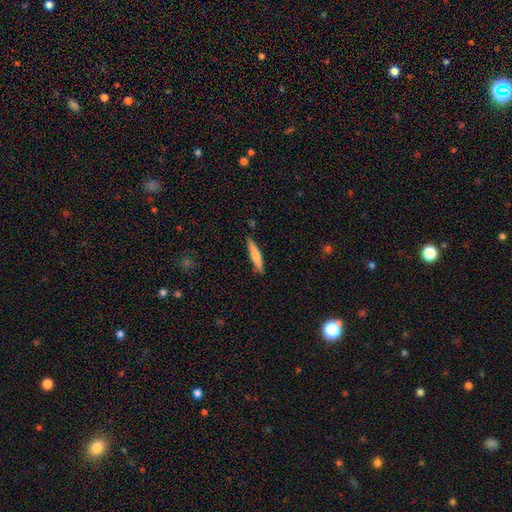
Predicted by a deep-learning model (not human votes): smooth-or-featured: smooth: 67% | featured or disk: 27% | star or artifact: 5%
  how-rounded: cigar-shaped: 90% | in between: 8% | round: 1%
  merging: none: 87% | minor disturbance: 10% | major disturbance: 2% | merger: 2%